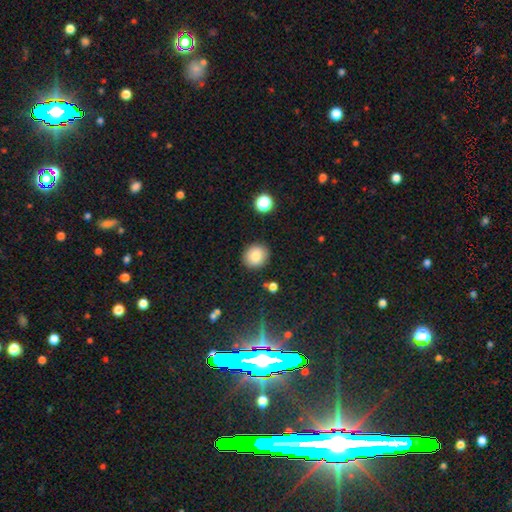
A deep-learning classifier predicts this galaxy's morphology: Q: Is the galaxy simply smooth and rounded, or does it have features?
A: smooth — 82%.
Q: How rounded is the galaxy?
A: round — 81%.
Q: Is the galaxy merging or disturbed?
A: none — 88%.